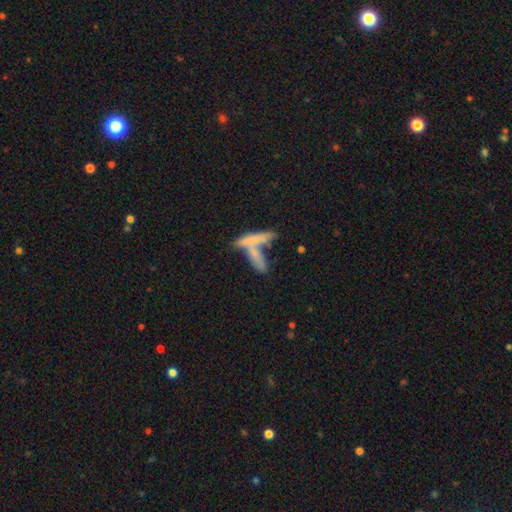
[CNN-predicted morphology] Overall: smooth (66%; featured or disk 26%). How rounded: cigar-shaped (70%). Merging: merger (54%; none 32%).